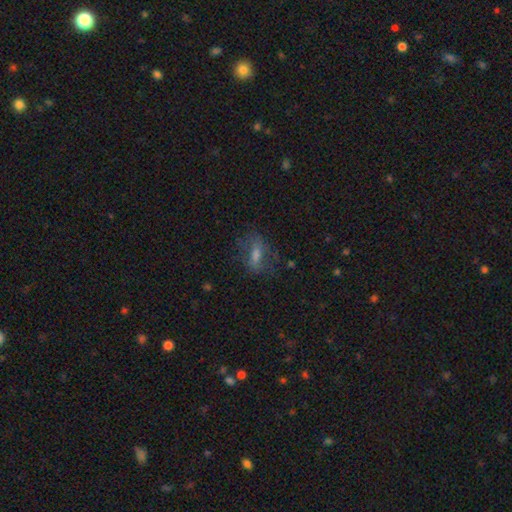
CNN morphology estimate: Smooth or featured: smooth — 42% (featured or disk — 36%)
Merging: none — 71% (minor disturbance — 17%)